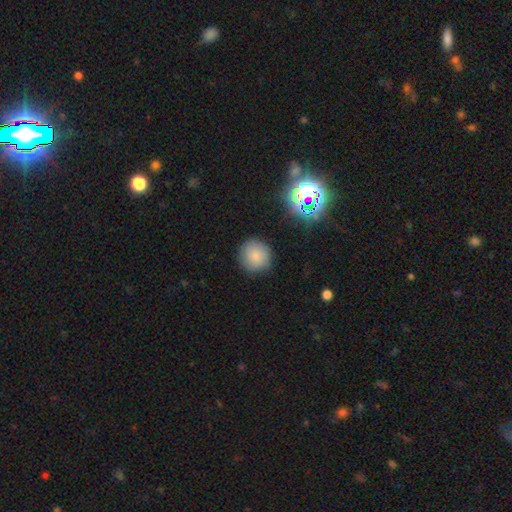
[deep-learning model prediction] smooth-or-featured: smooth: 80% | star or artifact: 12% | featured or disk: 8%
  how-rounded: round: 92% | in between: 7% | cigar-shaped: 1%
  merging: none: 86% | minor disturbance: 10% | major disturbance: 3% | merger: 1%